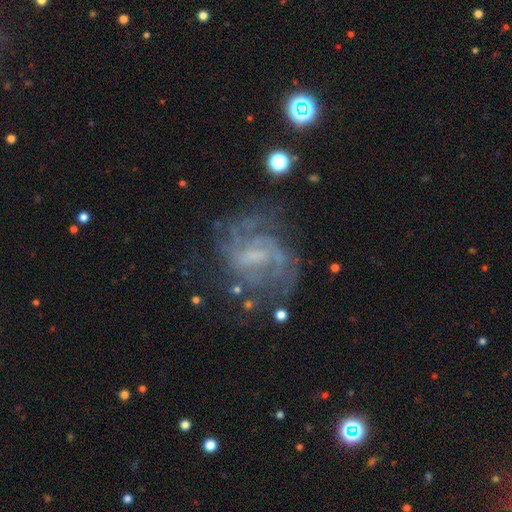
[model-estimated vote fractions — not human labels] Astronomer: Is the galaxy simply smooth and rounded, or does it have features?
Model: featured or disk — 79%.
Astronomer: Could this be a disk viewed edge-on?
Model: no — 97%.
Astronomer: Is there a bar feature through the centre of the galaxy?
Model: weak — 54% (runner-up: no, 29%).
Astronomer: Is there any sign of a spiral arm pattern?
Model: yes — 84%.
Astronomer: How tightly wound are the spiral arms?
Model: medium — 43% (runner-up: tight, 39%).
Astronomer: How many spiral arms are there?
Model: can't tell — 42% (runner-up: 2, 25%).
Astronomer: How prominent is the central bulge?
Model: small — 39% (runner-up: none, 37%).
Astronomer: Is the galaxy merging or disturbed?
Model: none — 60%.